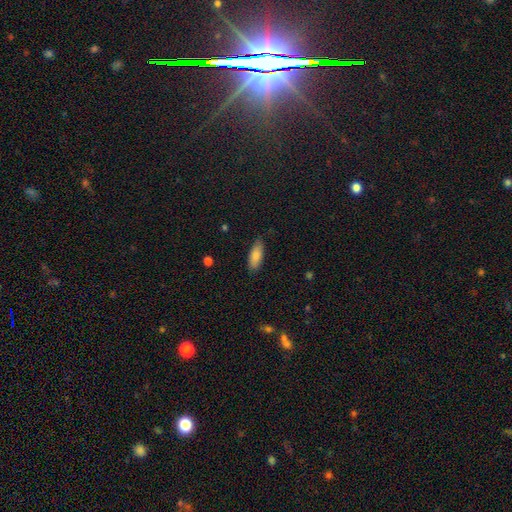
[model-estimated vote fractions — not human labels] smooth-or-featured: smooth: 84% | featured or disk: 10% | star or artifact: 6%
  how-rounded: in between: 73% | cigar-shaped: 25% | round: 2%
  merging: none: 83% | minor disturbance: 13% | major disturbance: 2% | merger: 1%